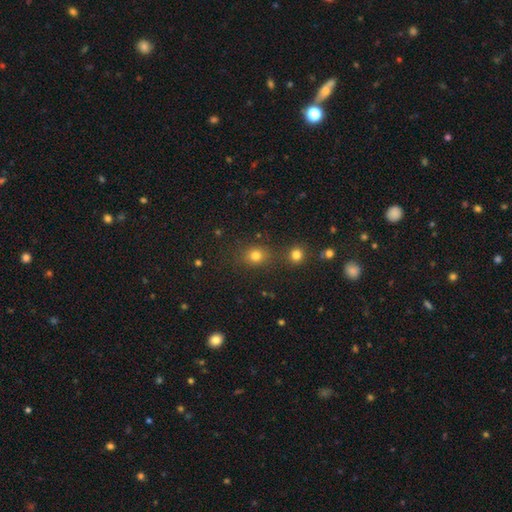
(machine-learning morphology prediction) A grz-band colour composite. It shows a smooth galaxy with no disk features (77%) that is round (73%). Merging: none (75%).